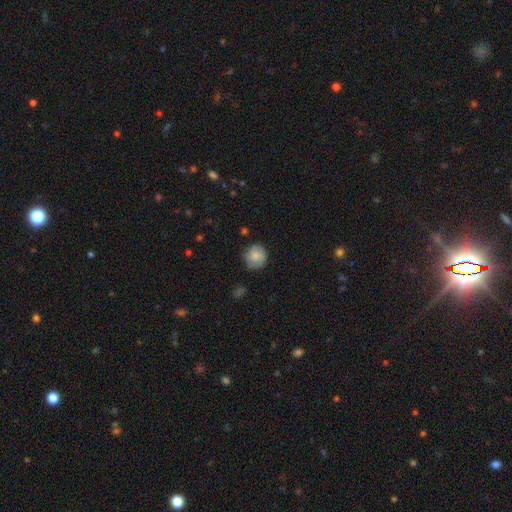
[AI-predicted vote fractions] A smooth galaxy with no disk features (63%) that is round (86%).

Vote fractions:
- Smooth or featured? smooth: 63% / featured or disk: 30% / star or artifact: 8%
- How rounded? round: 86% / in between: 13% / cigar-shaped: 1%
- Merging? none: 72% / minor disturbance: 21% / major disturbance: 5% / merger: 1%